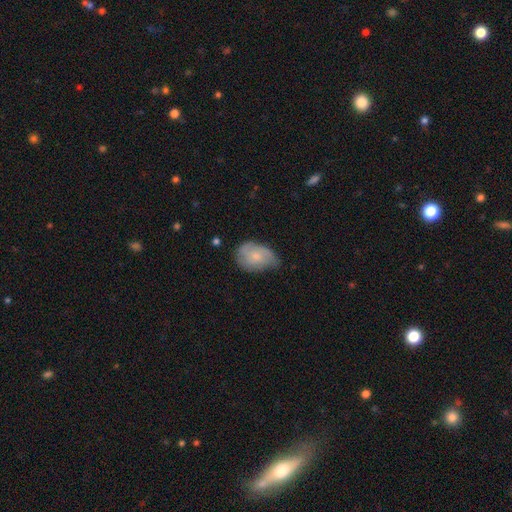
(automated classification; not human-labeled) Q: Smooth or featured?
A: smooth (57%); runner-up: featured or disk (36%)
Q: How rounded?
A: in between (77%); runner-up: round (21%)
Q: Merging?
A: none (43%); tied with: minor disturbance (43%)